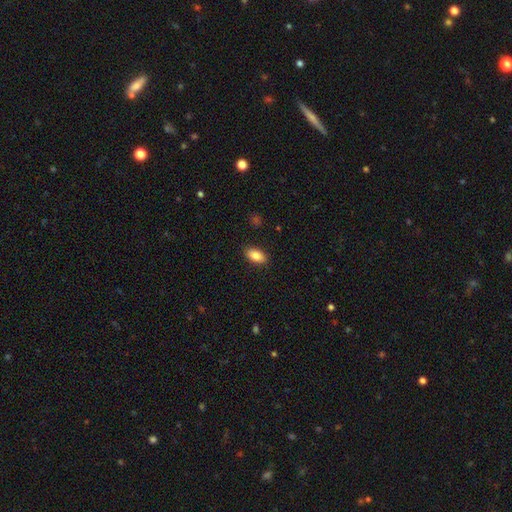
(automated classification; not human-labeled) A smooth galaxy with no disk features (85%) that is in between round and cigar-shaped (92%). Merging: none (89%).